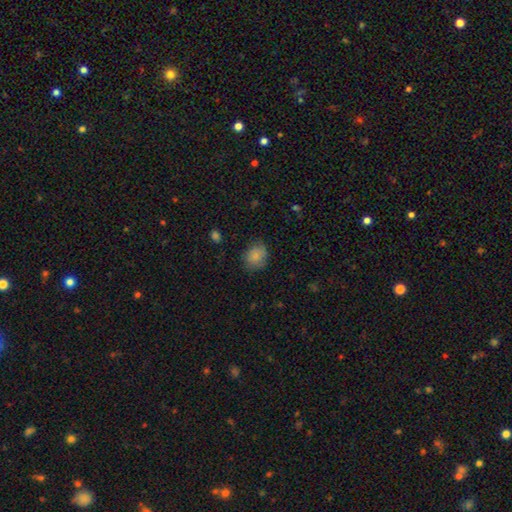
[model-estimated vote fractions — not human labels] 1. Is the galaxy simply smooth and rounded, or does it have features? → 82% smooth, 10% featured or disk, 8% star or artifact.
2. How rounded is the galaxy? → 61% round, 38% in between, 1% cigar-shaped.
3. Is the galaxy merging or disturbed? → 69% none, 24% minor disturbance, 6% major disturbance, 1% merger.